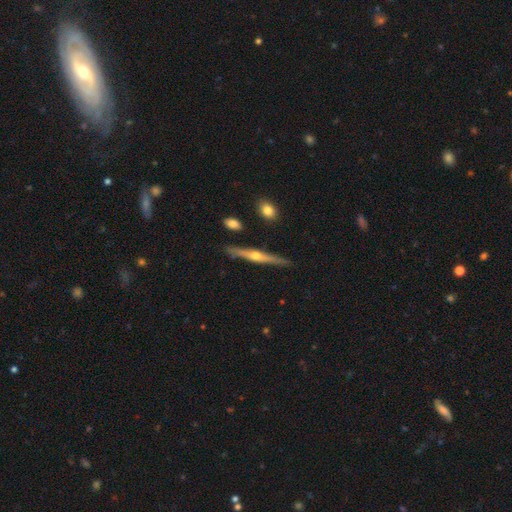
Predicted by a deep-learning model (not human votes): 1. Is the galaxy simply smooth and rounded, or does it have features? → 78% featured or disk, 16% smooth, 6% star or artifact.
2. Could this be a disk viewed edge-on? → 98% yes, 2% no.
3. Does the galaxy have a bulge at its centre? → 90% rounded, 7% none, 3% boxy.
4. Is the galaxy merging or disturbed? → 89% none, 8% minor disturbance, 2% merger, 2% major disturbance.